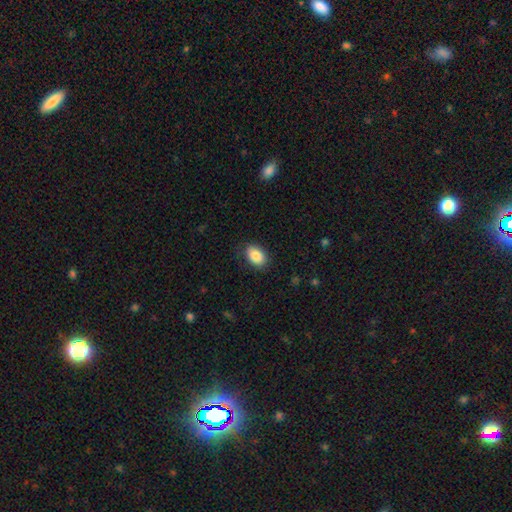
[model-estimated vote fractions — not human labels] Overall: smooth (88%). How rounded: in between (88%). Merging: none (83%).